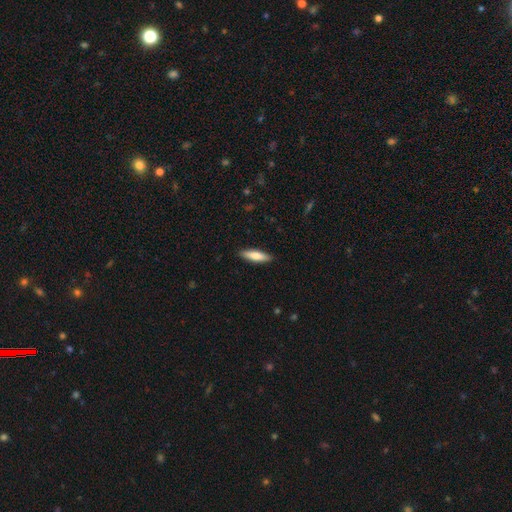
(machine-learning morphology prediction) Overall: smooth (73%). How rounded: cigar-shaped (67%; in between 32%). Merging: none (90%).